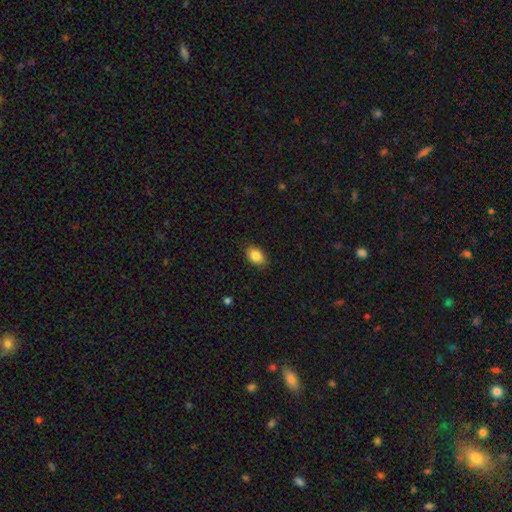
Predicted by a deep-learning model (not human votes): A smooth galaxy with no disk features (86%) that is in between round and cigar-shaped (83%). Merging: none (87%).